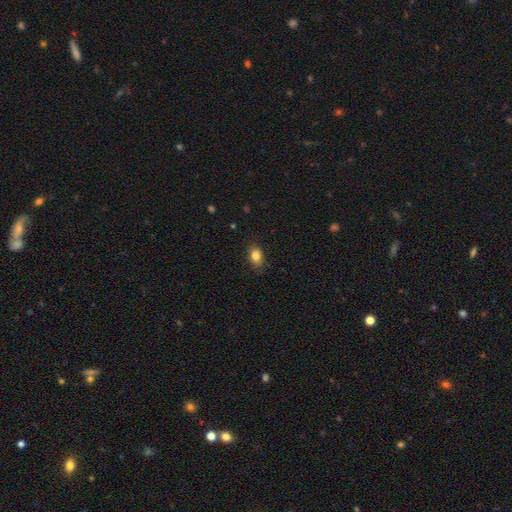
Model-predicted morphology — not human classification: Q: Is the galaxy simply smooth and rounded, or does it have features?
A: smooth — 83%.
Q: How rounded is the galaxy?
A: in between — 81%.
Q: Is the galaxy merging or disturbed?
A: none — 83%.